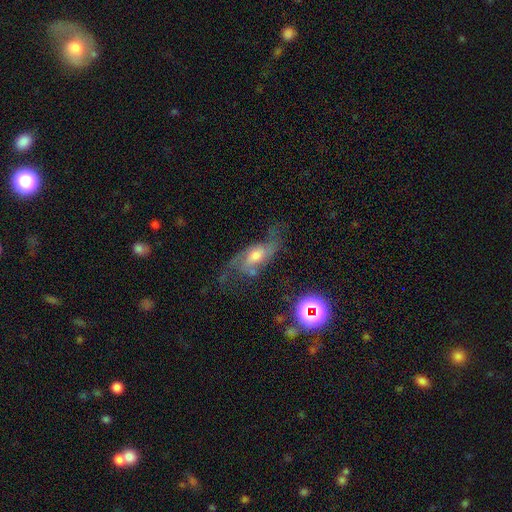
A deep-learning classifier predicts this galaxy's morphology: This appears to be a featured or disk galaxy (71%) with no bar (56%), 2 (78%) loose (58%) spiral arms (90%) and a moderate central bulge (61%). Merging: none (49%).